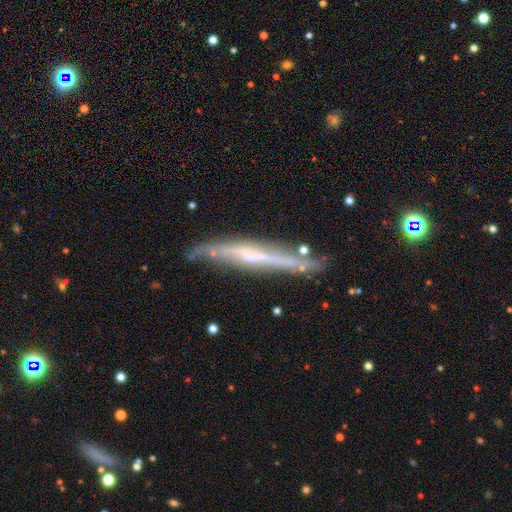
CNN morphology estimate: Smooth or featured?
  - featured or disk: 65% *
  - smooth: 27%
  - star or artifact: 8%
Edge-on disk?
  - yes: 86% *
  - no: 14%
Edge-on bulge?
  - none: 70% *
  - rounded: 18%
  - boxy: 12%
Merging?
  - none: 68% *
  - minor disturbance: 23%
  - major disturbance: 5%
  - merger: 4%